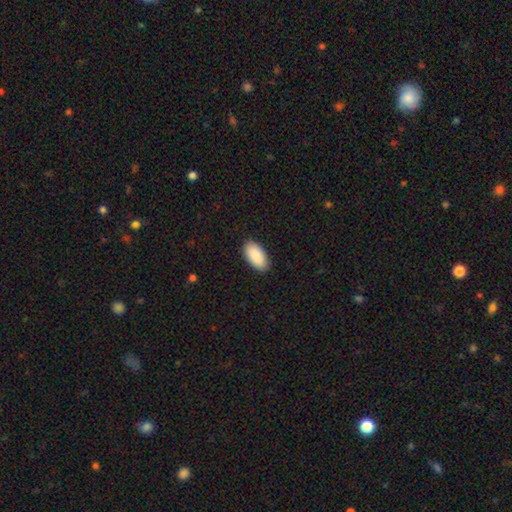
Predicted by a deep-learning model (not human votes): Smooth or featured?
  - smooth: 90% *
  - star or artifact: 6%
  - featured or disk: 4%
How rounded?
  - in between: 96% *
  - cigar-shaped: 2%
  - round: 2%
Merging?
  - none: 90% *
  - minor disturbance: 8%
  - major disturbance: 2%
  - merger: 1%